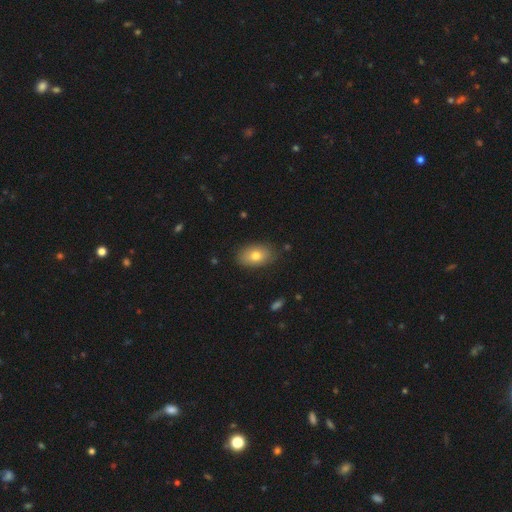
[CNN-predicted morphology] type=smooth (77%); roundness=in between (89%); merging=none (83%).